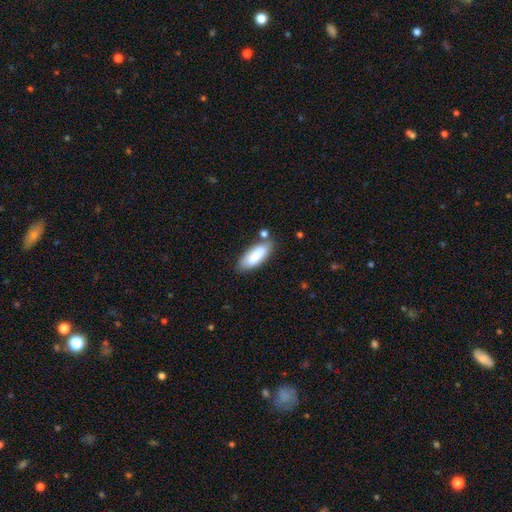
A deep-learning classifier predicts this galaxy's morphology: smooth 83%, featured or disk 11%, star or artifact 6%. Down the decision tree: how rounded — in between (72%); merging — none (73%).